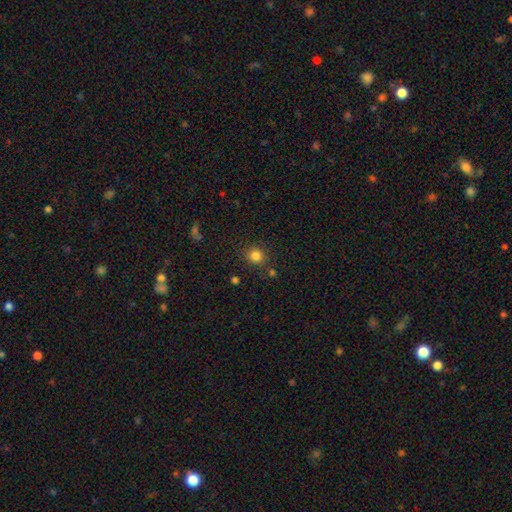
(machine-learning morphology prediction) smooth 82%, star or artifact 13%, featured or disk 5%. Down the decision tree: how rounded — round (91%); merging — none (85%).